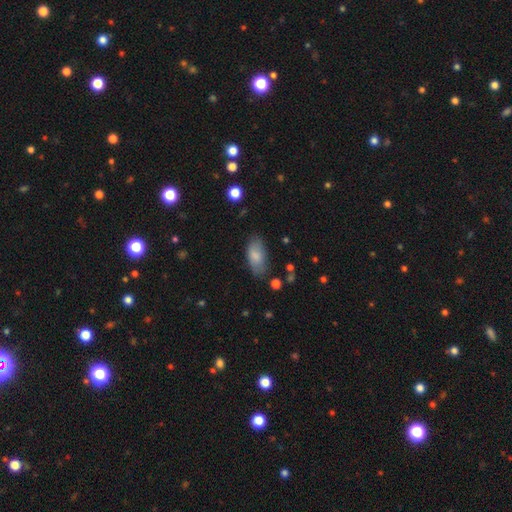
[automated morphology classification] Overall: smooth (81%). How rounded: in between (91%). Merging: none (77%).